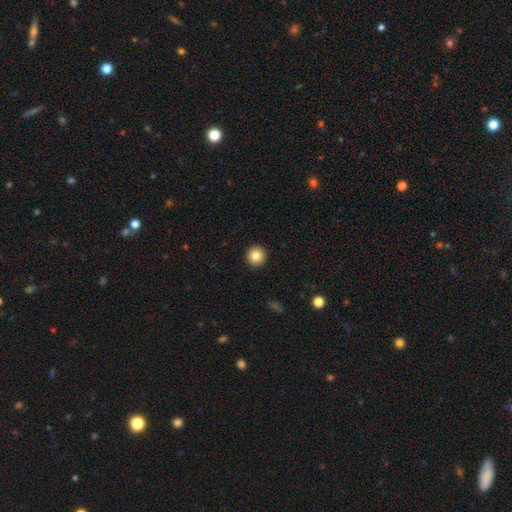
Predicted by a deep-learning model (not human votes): smooth-or-featured: smooth: 84% | star or artifact: 9% | featured or disk: 7%
  how-rounded: round: 95% | in between: 4% | cigar-shaped: 1%
  merging: none: 93% | minor disturbance: 4% | major disturbance: 1% | merger: 1%